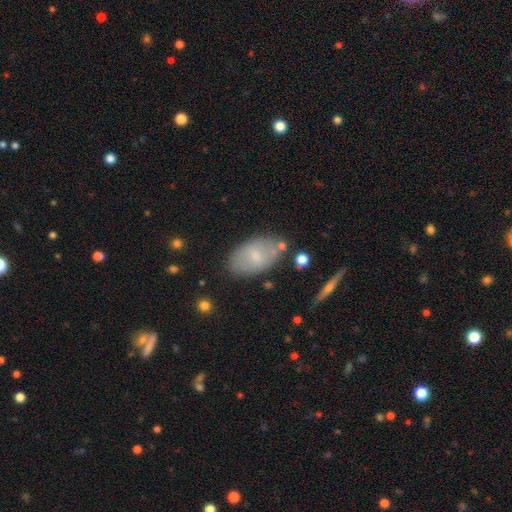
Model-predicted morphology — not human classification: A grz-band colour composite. It shows a smooth galaxy with no disk features (63%) that is in between round and cigar-shaped (93%). Merging: none (75%).